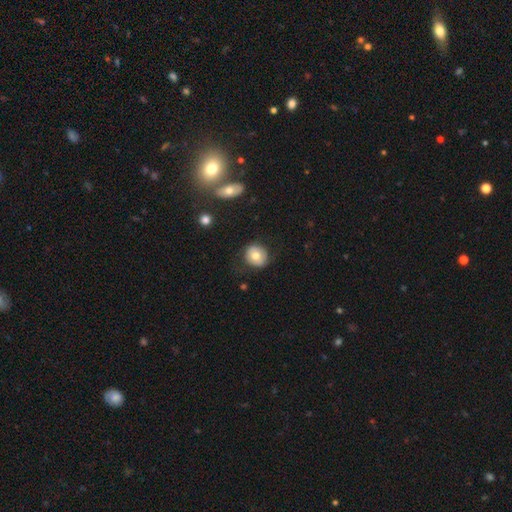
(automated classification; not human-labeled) Overall: smooth (70%). How rounded: round (83%). Merging: none (79%).